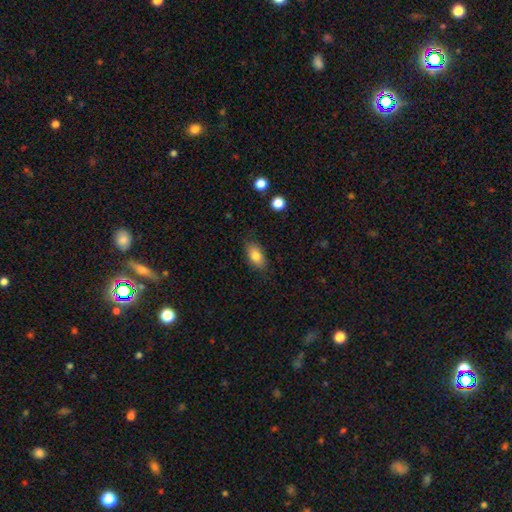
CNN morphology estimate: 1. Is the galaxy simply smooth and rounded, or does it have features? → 81% smooth, 11% featured or disk, 8% star or artifact.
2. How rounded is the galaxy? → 88% in between, 6% round, 5% cigar-shaped.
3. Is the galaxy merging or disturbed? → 82% none, 14% minor disturbance, 3% major disturbance, 1% merger.